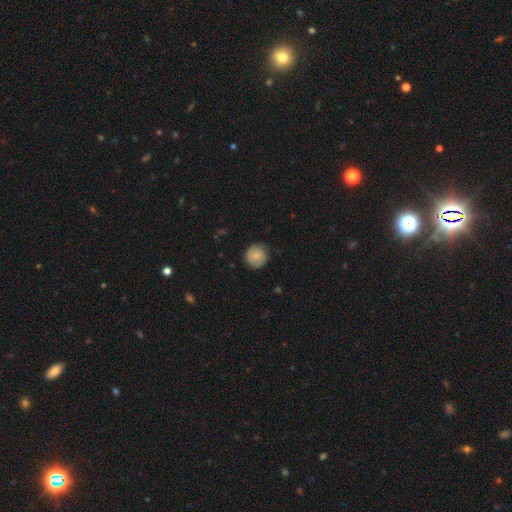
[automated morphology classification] Smooth or featured?
  - smooth: 74% *
  - featured or disk: 19%
  - star or artifact: 7%
How rounded?
  - round: 92% *
  - in between: 7%
  - cigar-shaped: 1%
Merging?
  - none: 79% *
  - minor disturbance: 17%
  - major disturbance: 4%
  - merger: 1%